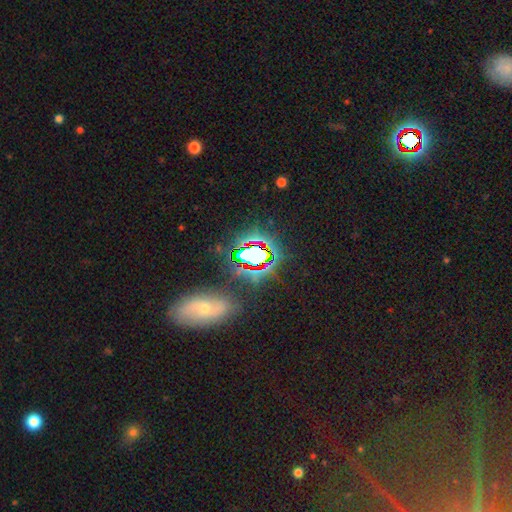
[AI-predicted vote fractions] Smooth or featured?
  - star or artifact: 73% *
  - smooth: 16%
  - featured or disk: 11%